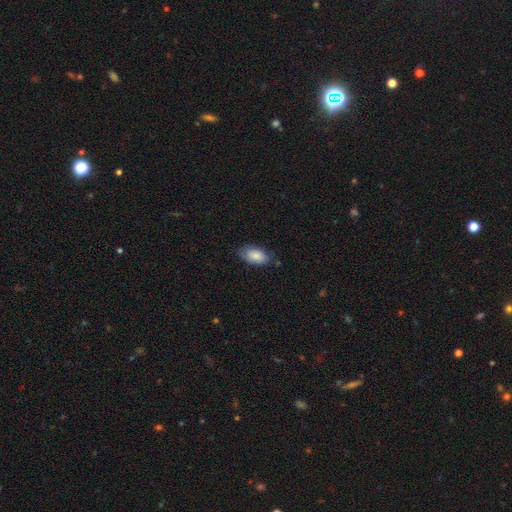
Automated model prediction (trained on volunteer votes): Smooth or featured? Predicted: smooth (p=0.86). How rounded? Predicted: in between (p=0.93). Merging? Predicted: none (p=0.73).